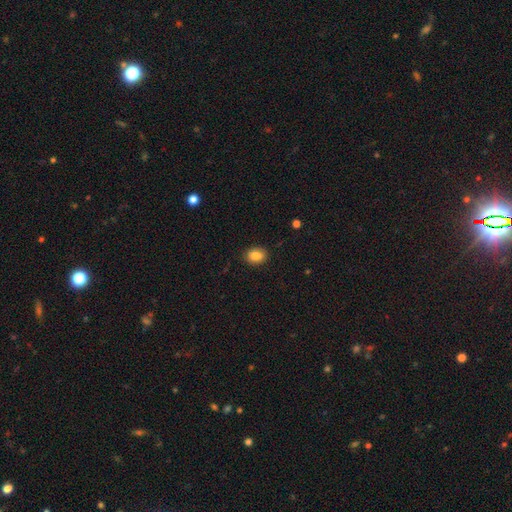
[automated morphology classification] type=smooth (86%); roundness=in between (67%); merging=none (88%).